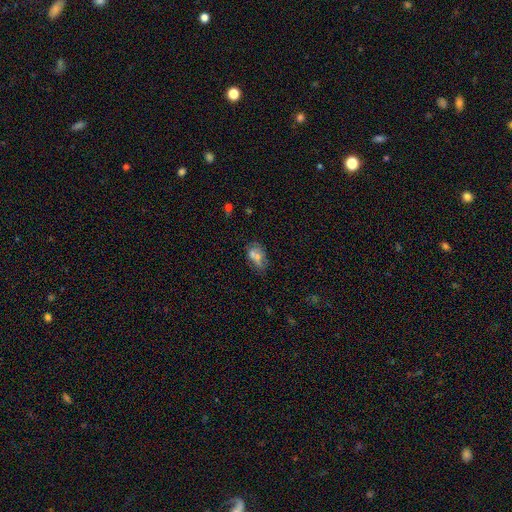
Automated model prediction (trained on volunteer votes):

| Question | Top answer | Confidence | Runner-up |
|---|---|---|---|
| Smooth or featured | smooth | 57% | featured or disk (24%) |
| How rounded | in between | 78% | round (18%) |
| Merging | none | 48% | merger (23%) |